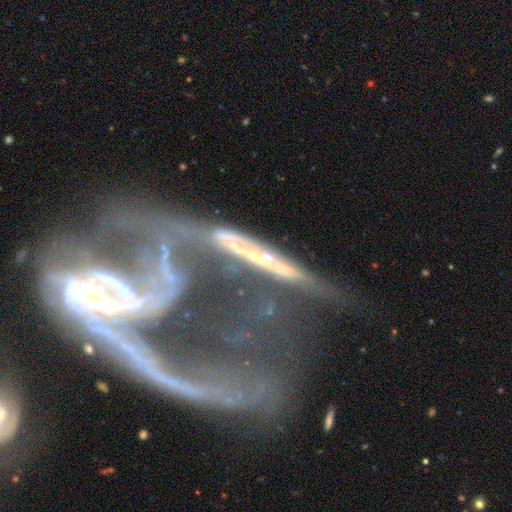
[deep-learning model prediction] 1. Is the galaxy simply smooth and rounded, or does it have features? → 71% featured or disk, 16% smooth, 14% star or artifact.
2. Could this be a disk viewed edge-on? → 67% no, 33% yes.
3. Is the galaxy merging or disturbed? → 47% merger, 27% major disturbance, 16% none, 10% minor disturbance.